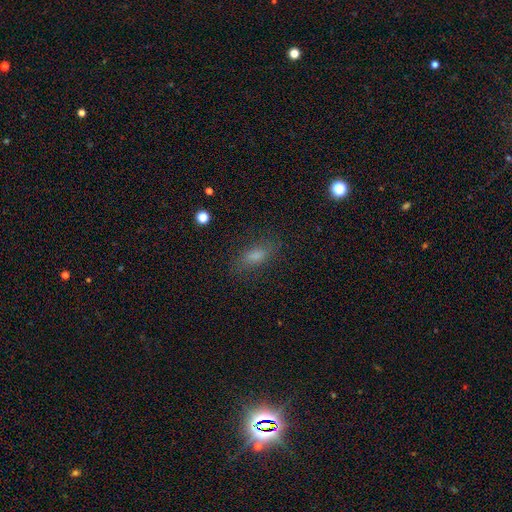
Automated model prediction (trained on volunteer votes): A smooth galaxy with no disk features (74%) that is in between round and cigar-shaped (75%). Merging: none (80%).